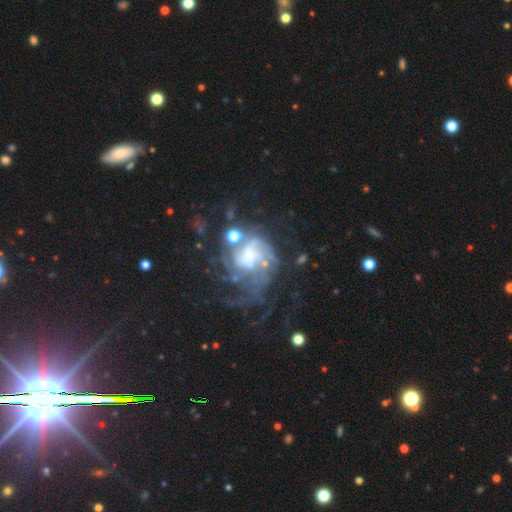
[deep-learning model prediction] This is likely a featured or disk galaxy (78%). It is clearly not viewed edge-on (98%). Bar: likely no (64%). Spiral arm pattern: clearly yes (86%). Spiral arm count: marginally can't tell (36%). Spiral winding: marginally medium (40%). Central bulge: marginally small (28%, tied with none). Merging: marginally none (37%).